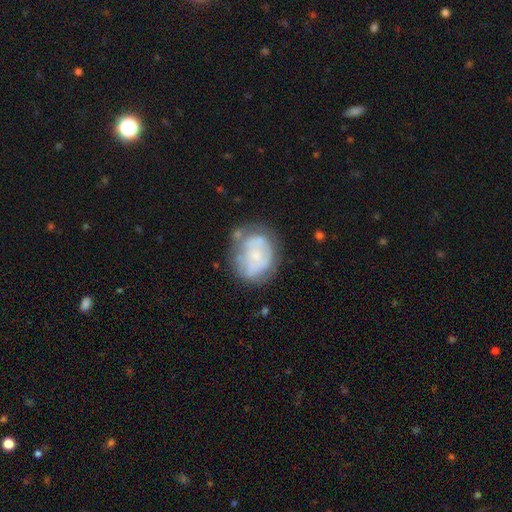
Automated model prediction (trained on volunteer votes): featured or disk 58%, smooth 34%, star or artifact 8%. Down the decision tree: edge-on disk — no (97%); bar — no (81%); spiral arms — no (56%); bulge size — small (56%); merging — none (50%).